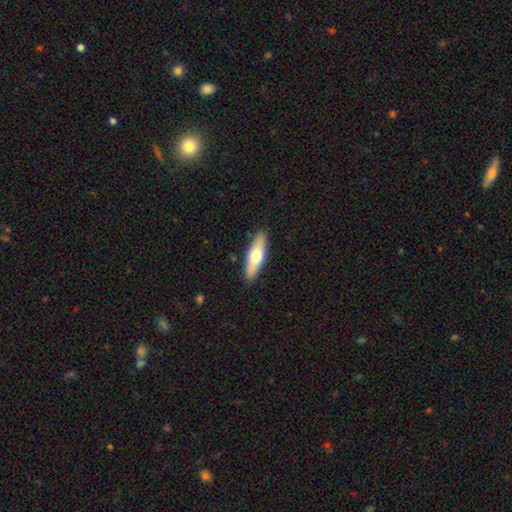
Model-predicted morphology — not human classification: Smooth or featured: smooth — 57% (featured or disk — 38%)
How rounded: cigar-shaped — 54% (in between — 44%)
Merging: none — 89% (minor disturbance — 8%)